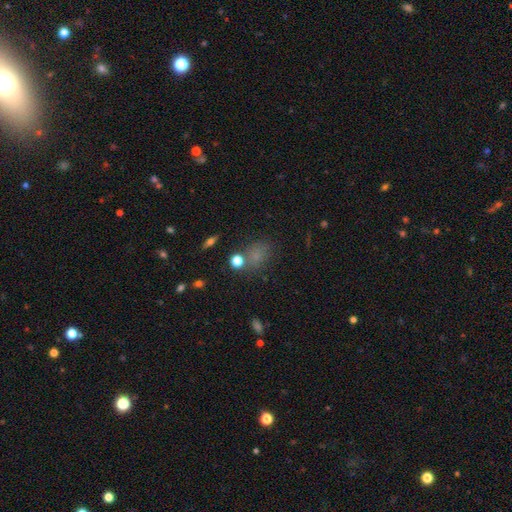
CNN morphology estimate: smooth-or-featured: smooth: 67% | star or artifact: 25% | featured or disk: 9%
  how-rounded: in between: 53% | round: 45% | cigar-shaped: 2%
  merging: none: 69% | minor disturbance: 15% | merger: 9% | major disturbance: 6%